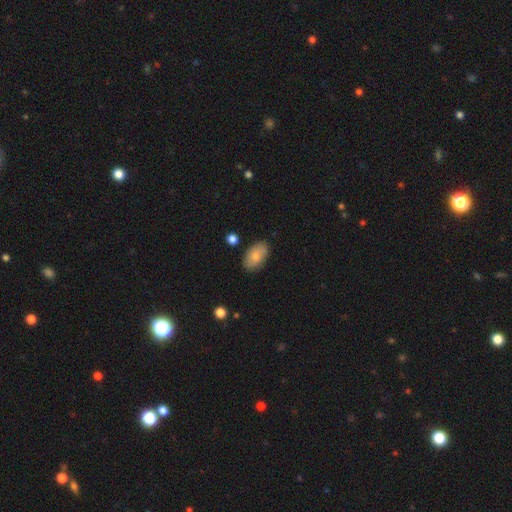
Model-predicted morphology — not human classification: A smooth galaxy with no disk features (81%) that is in between round and cigar-shaped (93%).

Vote fractions:
- Smooth or featured? smooth: 81% / featured or disk: 13% / star or artifact: 7%
- How rounded? in between: 93% / round: 5% / cigar-shaped: 2%
- Merging? none: 83% / minor disturbance: 12% / major disturbance: 3% / merger: 2%